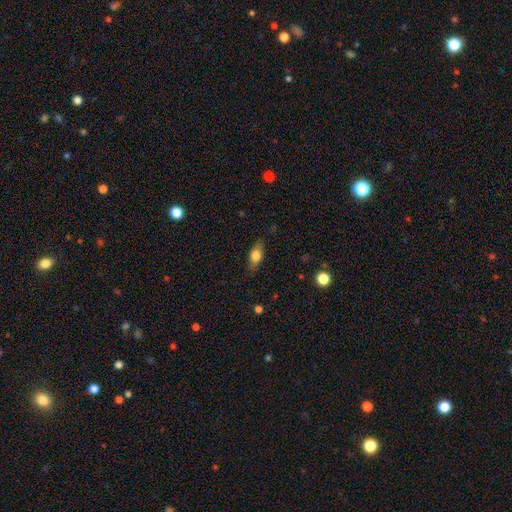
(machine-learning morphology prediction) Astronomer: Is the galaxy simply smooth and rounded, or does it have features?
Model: smooth — 70%.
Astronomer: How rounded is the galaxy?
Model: in between — 76%.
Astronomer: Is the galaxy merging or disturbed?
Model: none — 81%.